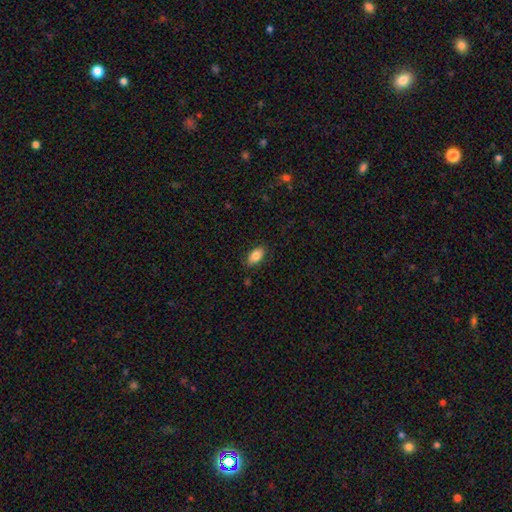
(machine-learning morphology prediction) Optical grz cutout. It shows a smooth galaxy with no disk features (84%) that is in between round and cigar-shaped (92%). Merging: none (84%).